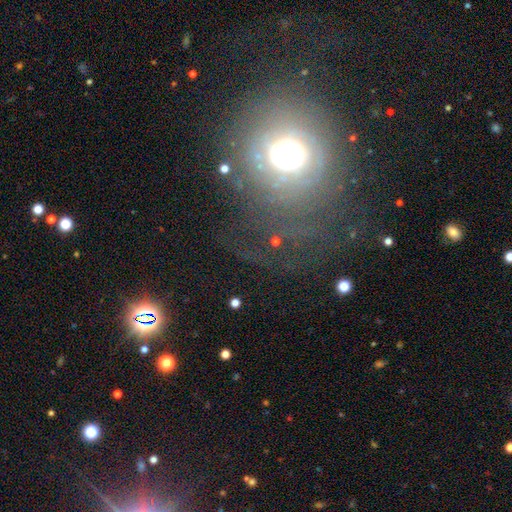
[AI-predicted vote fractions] smooth-or-featured: star or artifact: 43% | smooth: 32% | featured or disk: 25%